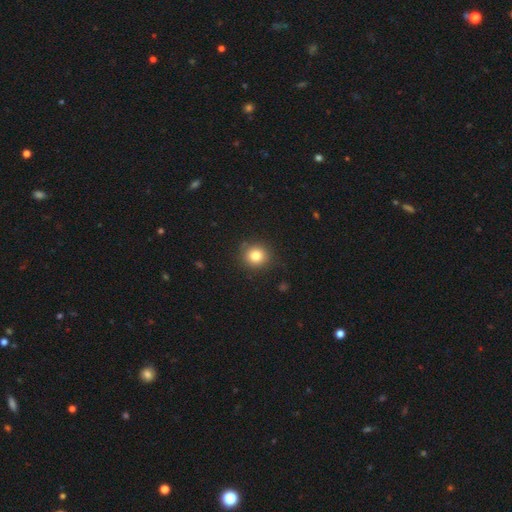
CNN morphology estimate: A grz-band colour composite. It shows a smooth galaxy with no disk features (82%) that is round (89%). Merging: none (88%).